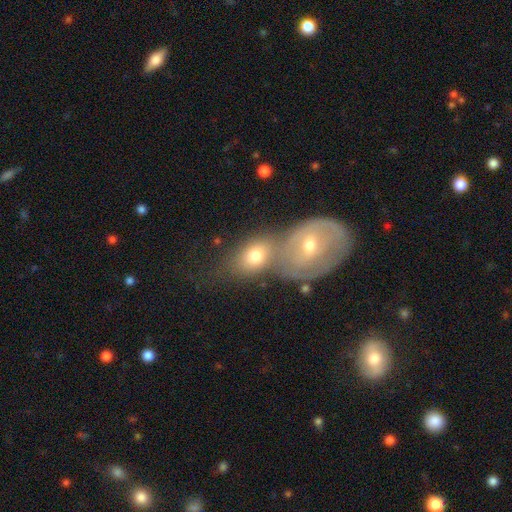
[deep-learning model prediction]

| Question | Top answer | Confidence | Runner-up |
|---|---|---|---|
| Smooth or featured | smooth | 64% | featured or disk (27%) |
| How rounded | in between | 70% | round (28%) |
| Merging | merger | 53% | none (30%) |